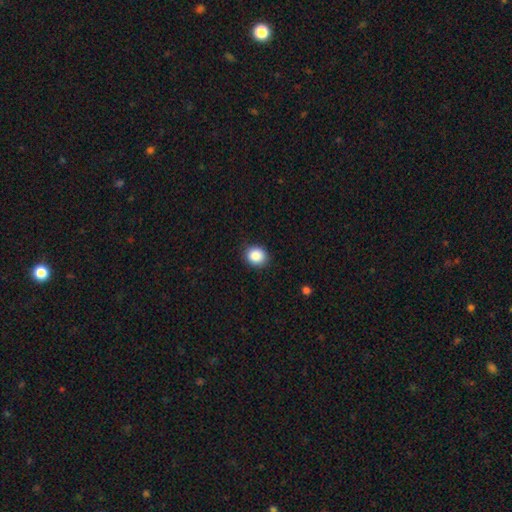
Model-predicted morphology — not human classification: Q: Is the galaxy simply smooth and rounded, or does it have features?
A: smooth — 89%.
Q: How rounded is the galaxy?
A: round — 77%.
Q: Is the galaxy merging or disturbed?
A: none — 88%.